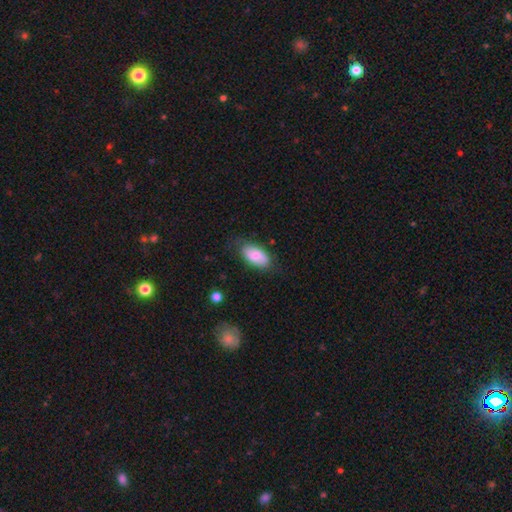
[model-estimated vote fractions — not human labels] Smooth or featured?
  - smooth: 77% *
  - featured or disk: 17%
  - star or artifact: 6%
How rounded?
  - in between: 94% *
  - cigar-shaped: 4%
  - round: 3%
Merging?
  - none: 71% *
  - minor disturbance: 22%
  - major disturbance: 6%
  - merger: 1%